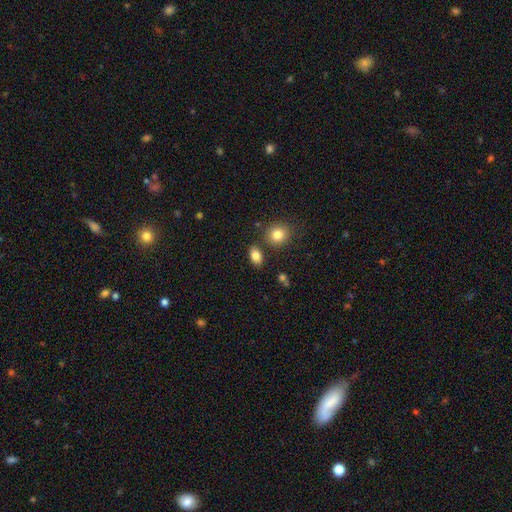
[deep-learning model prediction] smooth 84%, star or artifact 9%, featured or disk 7%. Down the decision tree: how rounded — in between (83%); merging — none (79%).